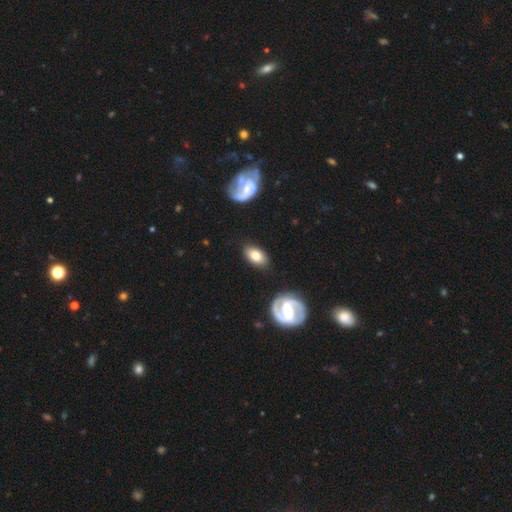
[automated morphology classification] Smooth or featured? smooth (66%)
How rounded? in between (88%)
Merging? none (82%)